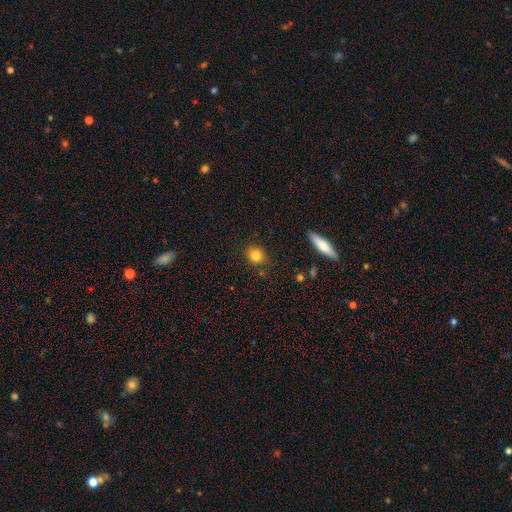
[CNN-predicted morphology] The model was most divided on "how rounded": round: 73%, in between: 25%, cigar-shaped: 2%. More confident: merging — none (85%); smooth or featured — smooth (82%).